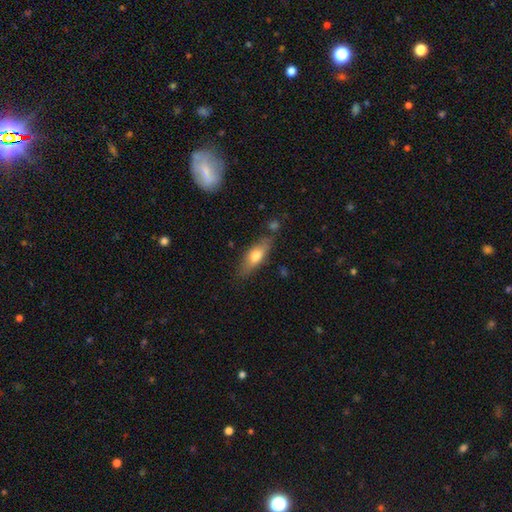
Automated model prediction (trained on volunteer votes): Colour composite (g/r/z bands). It shows a smooth galaxy with no disk features (62%) that is in between round and cigar-shaped (55%). Merging: none (76%).